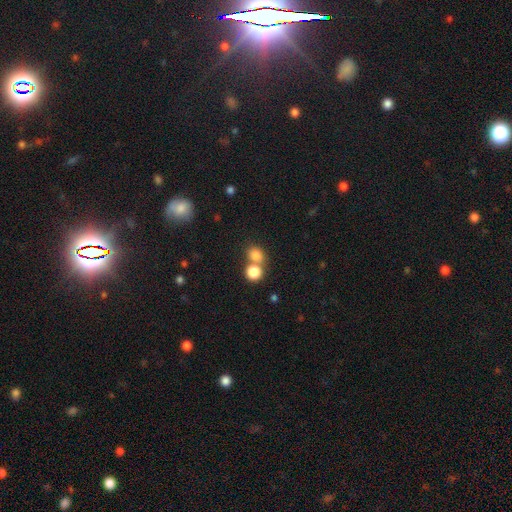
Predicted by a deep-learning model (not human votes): This appears to be a smooth galaxy with no disk features (81%) that is round (64%). Merging: none (47%).